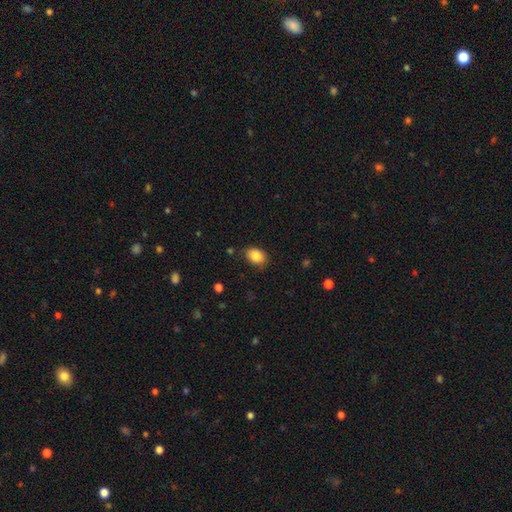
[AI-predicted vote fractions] A smooth galaxy with no disk features (86%) that is in between round and cigar-shaped (76%).

Vote fractions:
- Smooth or featured? smooth: 86% / star or artifact: 8% / featured or disk: 6%
- How rounded? in between: 76% / round: 23% / cigar-shaped: 1%
- Merging? none: 80% / minor disturbance: 15% / major disturbance: 3% / merger: 2%